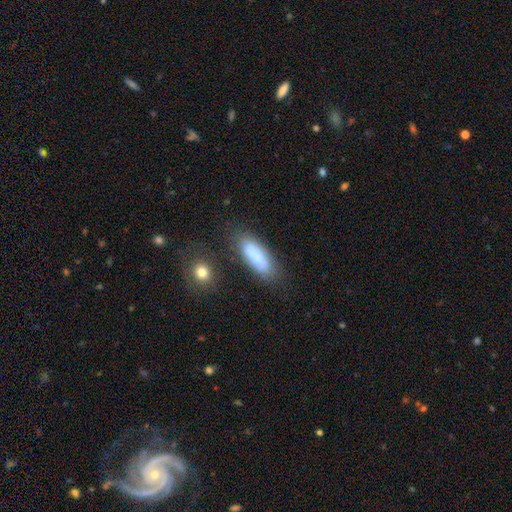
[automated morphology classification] Smooth or featured: smooth — 79% (featured or disk — 14%)
How rounded: in between — 62% (cigar-shaped — 36%)
Merging: none — 74% (minor disturbance — 16%)